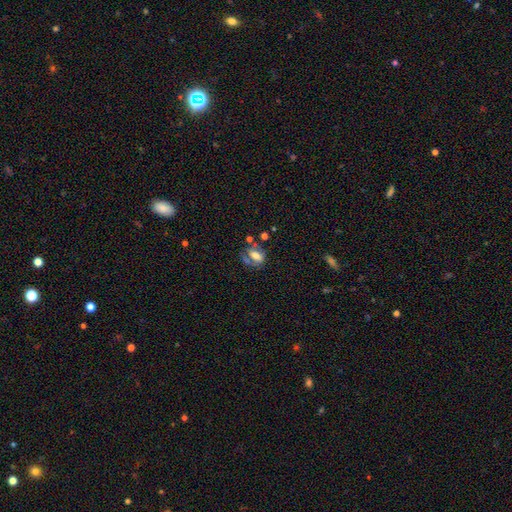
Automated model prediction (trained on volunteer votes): Q: Smooth or featured?
A: smooth (49%); runner-up: featured or disk (40%)
Q: Merging?
A: none (47%); runner-up: minor disturbance (21%)